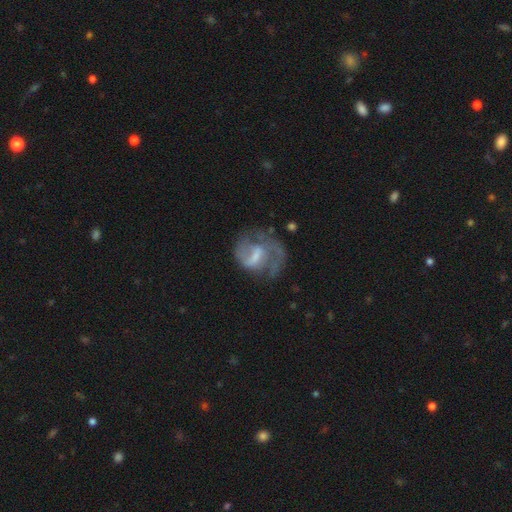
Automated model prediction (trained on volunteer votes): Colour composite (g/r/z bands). It shows a featured or disk galaxy (71%) with a weak bar (52%), 2 (49%) medium (43%) spiral arms (76%) and a moderate central bulge (32%). Merging: none (46%).